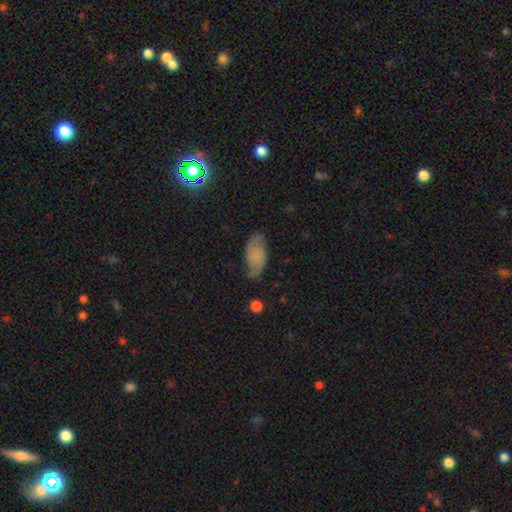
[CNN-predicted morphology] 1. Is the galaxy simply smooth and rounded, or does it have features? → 53% smooth, 37% featured or disk, 11% star or artifact.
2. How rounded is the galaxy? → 91% in between, 5% cigar-shaped, 4% round.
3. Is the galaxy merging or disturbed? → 67% none, 24% minor disturbance, 7% major disturbance, 2% merger.